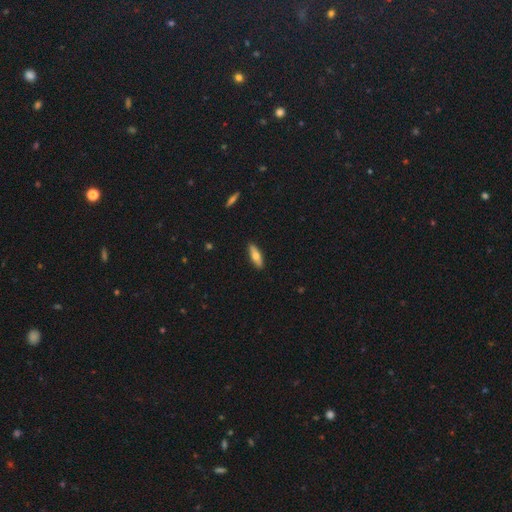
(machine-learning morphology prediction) The model was most divided on "how rounded": cigar-shaped: 50%, in between: 48%, round: 2%. More confident: merging — none (89%); smooth or featured — smooth (69%).